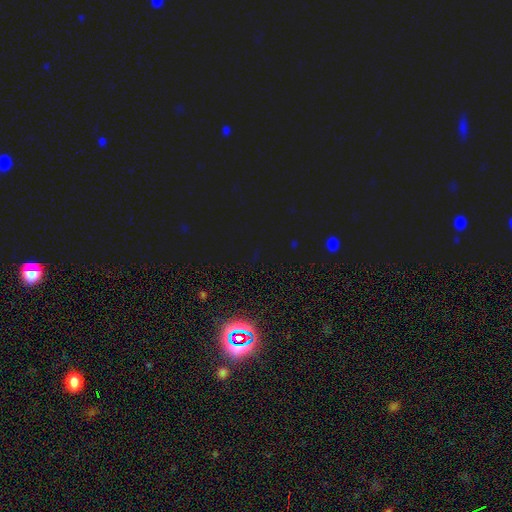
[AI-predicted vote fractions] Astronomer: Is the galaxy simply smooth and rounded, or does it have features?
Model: star or artifact — 79%.